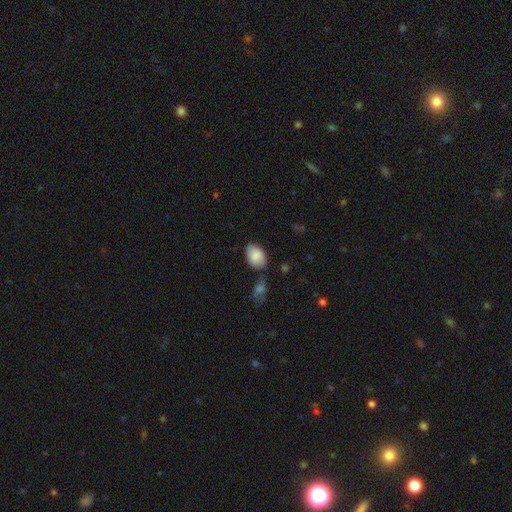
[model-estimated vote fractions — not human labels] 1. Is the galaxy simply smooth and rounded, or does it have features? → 84% smooth, 9% featured or disk, 7% star or artifact.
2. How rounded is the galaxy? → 85% in between, 14% round, 1% cigar-shaped.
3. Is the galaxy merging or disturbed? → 68% none, 21% minor disturbance, 7% merger, 5% major disturbance.